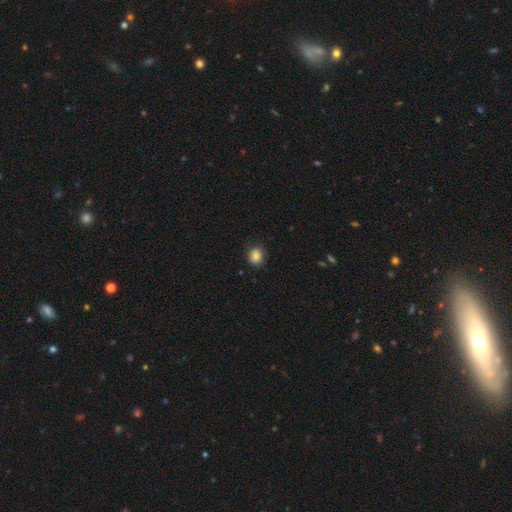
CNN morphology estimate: Smooth or featured? Predicted: smooth (p=0.81). How rounded? Predicted: round (p=0.68). Merging? Predicted: none (p=0.82).